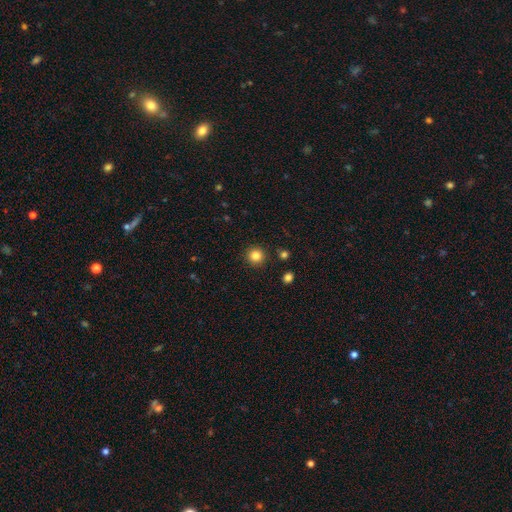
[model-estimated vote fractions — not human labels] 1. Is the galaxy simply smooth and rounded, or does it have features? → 84% smooth, 11% star or artifact, 5% featured or disk.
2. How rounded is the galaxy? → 94% round, 5% in between, 1% cigar-shaped.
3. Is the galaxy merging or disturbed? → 91% none, 5% minor disturbance, 2% major disturbance, 2% merger.